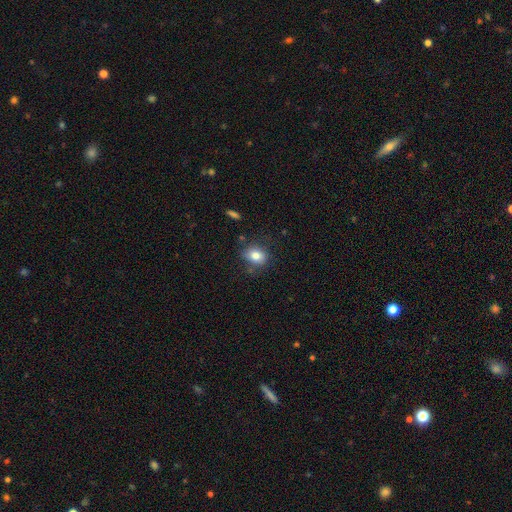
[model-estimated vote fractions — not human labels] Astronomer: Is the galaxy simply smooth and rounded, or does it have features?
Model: smooth — 80%.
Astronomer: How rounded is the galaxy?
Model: in between — 54% (runner-up: round, 45%).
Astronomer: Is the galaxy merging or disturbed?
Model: none — 74%.